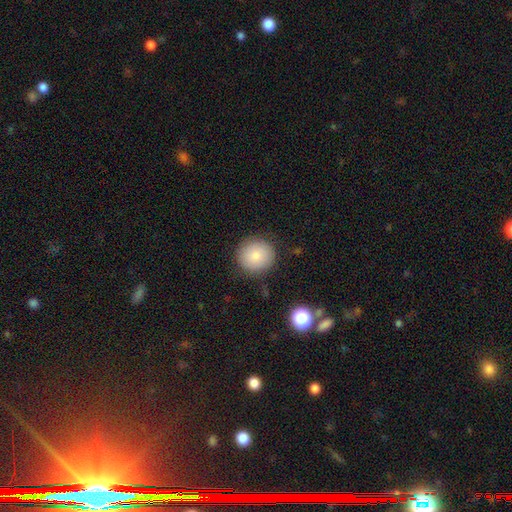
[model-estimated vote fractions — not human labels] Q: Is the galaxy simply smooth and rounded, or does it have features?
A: smooth — 84%.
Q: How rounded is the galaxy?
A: round — 92%.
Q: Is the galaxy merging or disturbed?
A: none — 88%.